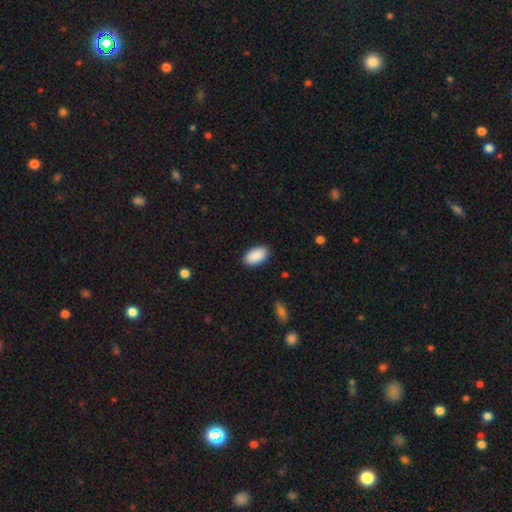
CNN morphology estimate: smooth-or-featured: smooth: 91% | star or artifact: 6% | featured or disk: 3%
  how-rounded: in between: 95% | round: 3% | cigar-shaped: 2%
  merging: none: 89% | minor disturbance: 8% | major disturbance: 2% | merger: 1%